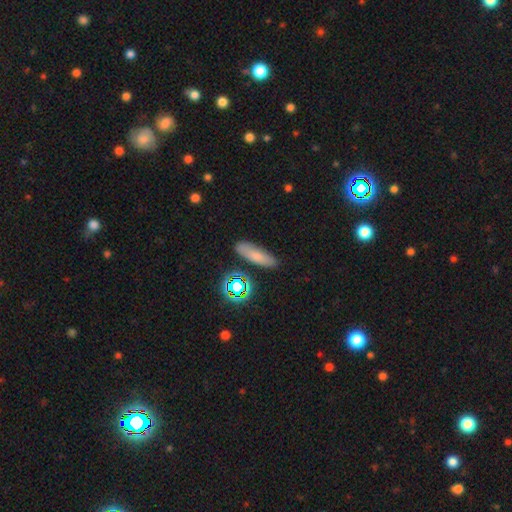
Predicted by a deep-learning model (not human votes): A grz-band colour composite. It shows a smooth galaxy with no disk features (69%) that is in between round and cigar-shaped (47%). Merging: none (81%).